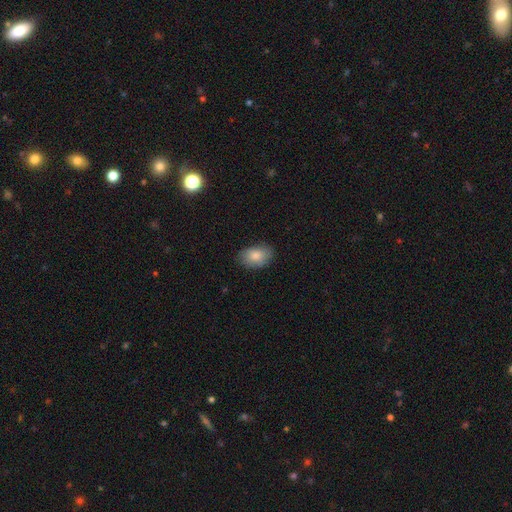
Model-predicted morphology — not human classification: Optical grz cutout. It shows a smooth galaxy with no disk features (84%) that is in between round and cigar-shaped (87%). Merging: none (81%).